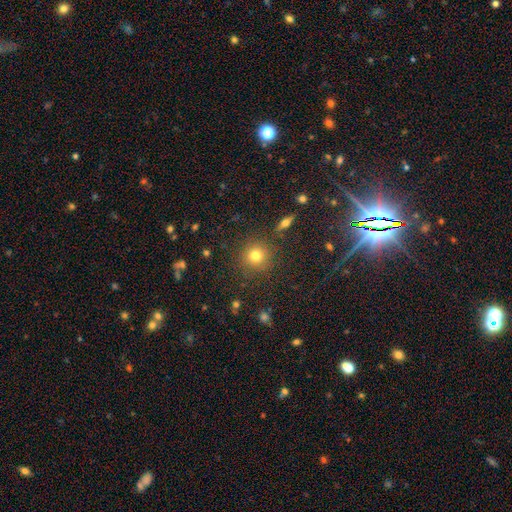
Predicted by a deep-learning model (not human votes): Smooth or featured: smooth — 77% (star or artifact — 14%)
How rounded: round — 92% (in between — 7%)
Merging: none — 86% (minor disturbance — 8%)